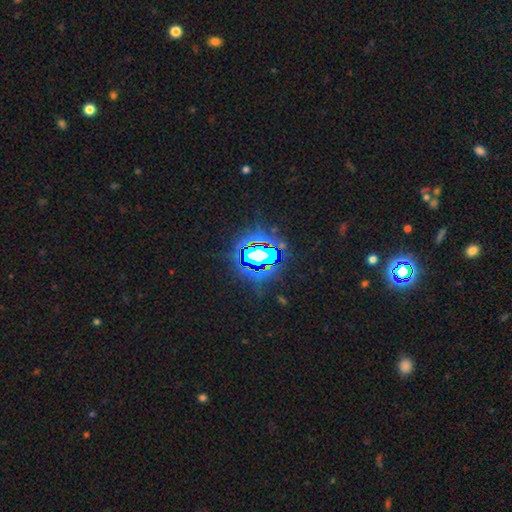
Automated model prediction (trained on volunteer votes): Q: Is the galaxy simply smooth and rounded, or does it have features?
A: star or artifact — 74%.